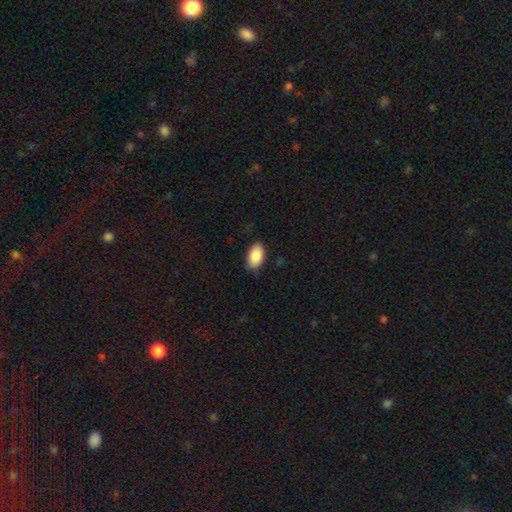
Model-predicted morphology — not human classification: Smooth or featured? Predicted: smooth (p=0.88). How rounded? Predicted: in between (p=0.93). Merging? Predicted: none (p=0.80).